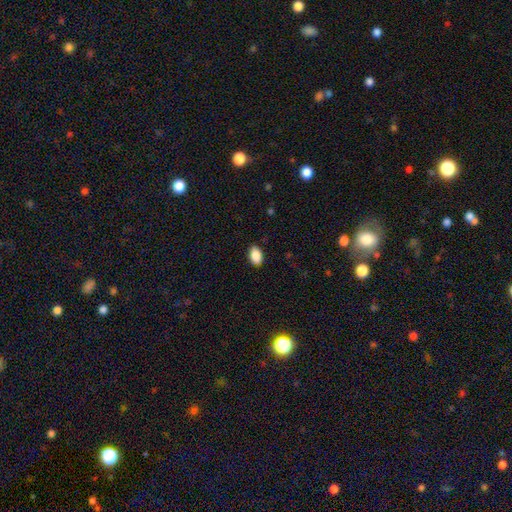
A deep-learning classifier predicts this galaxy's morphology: Smooth or featured? Predicted: smooth (p=0.89). How rounded? Predicted: in between (p=0.91). Merging? Predicted: none (p=0.87).